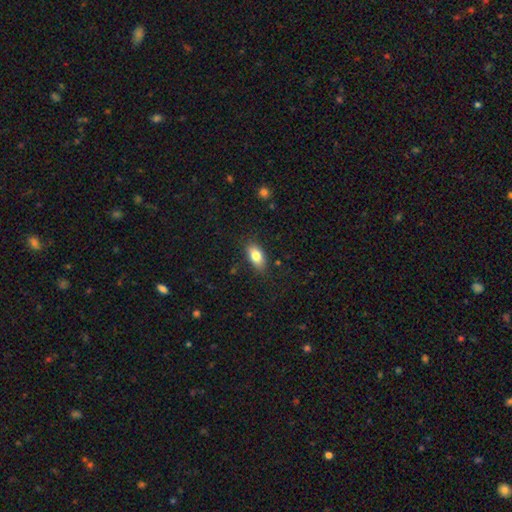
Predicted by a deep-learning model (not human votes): A smooth galaxy with no disk features (80%) that is in between round and cigar-shaped (89%). Merging: none (84%).